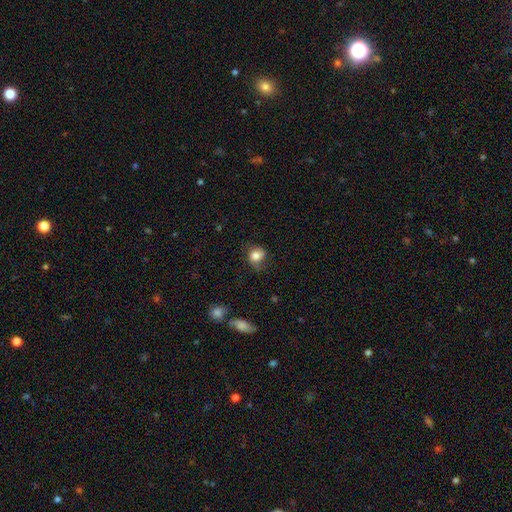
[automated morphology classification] smooth_or_featured: smooth (p=0.80) [alt: featured or disk p=0.11]
how_rounded: round (p=0.69) [alt: in between p=0.30]
merging: none (p=0.61) [alt: minor disturbance p=0.27]